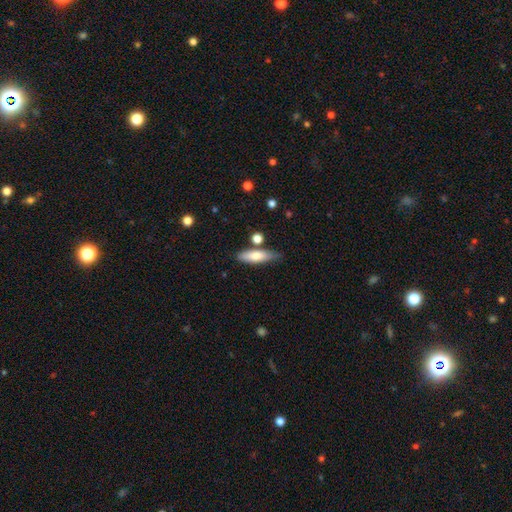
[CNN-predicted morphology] This appears to be a smooth galaxy with no disk features (71%) that is cigar-shaped (57%). Merging: none (71%).